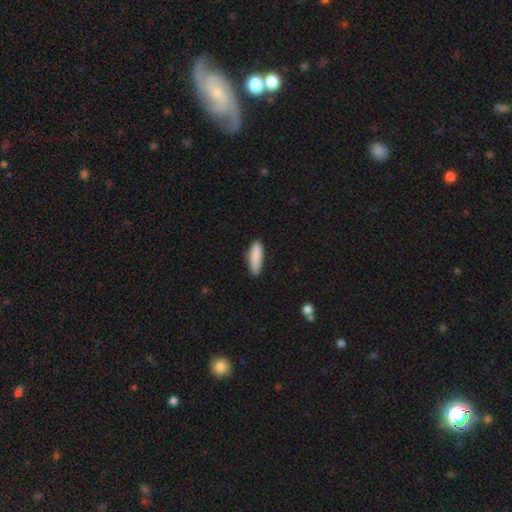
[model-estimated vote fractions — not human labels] A smooth galaxy with no disk features (87%) that is cigar-shaped (63%). Merging: none (78%).